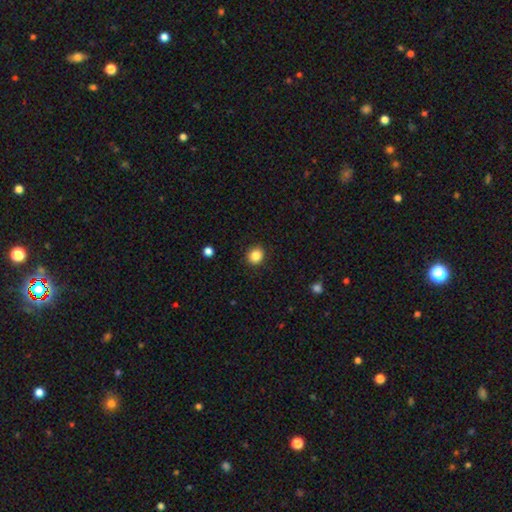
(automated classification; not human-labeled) Smooth or featured? smooth (86%)
How rounded? round (81%)
Merging? none (91%)